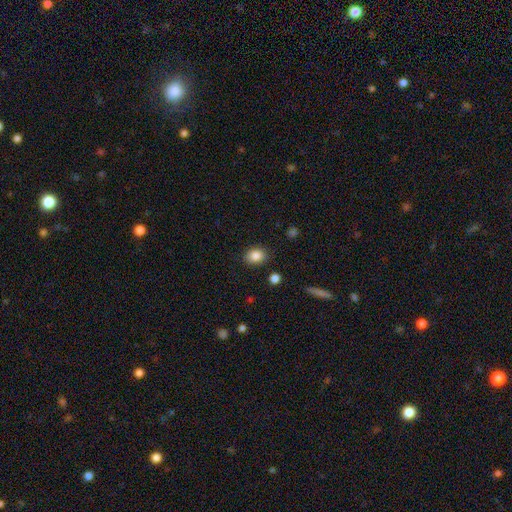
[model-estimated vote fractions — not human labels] This is clearly a smooth galaxy (85%). How rounded: possibly in between (59%). Merging: clearly none (87%).